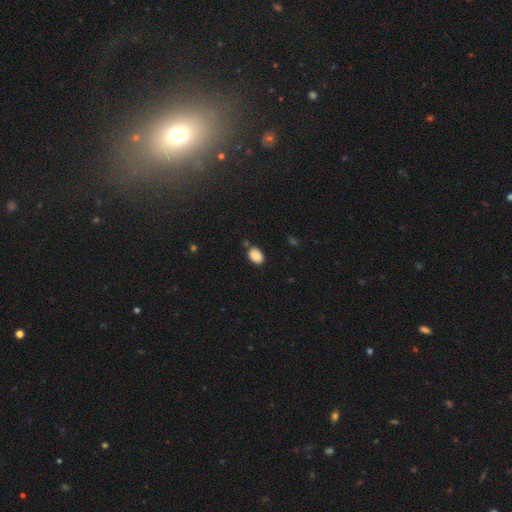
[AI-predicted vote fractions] Smooth or featured: smooth — 88% (star or artifact — 8%)
How rounded: in between — 85% (round — 14%)
Merging: none — 79% (minor disturbance — 14%)